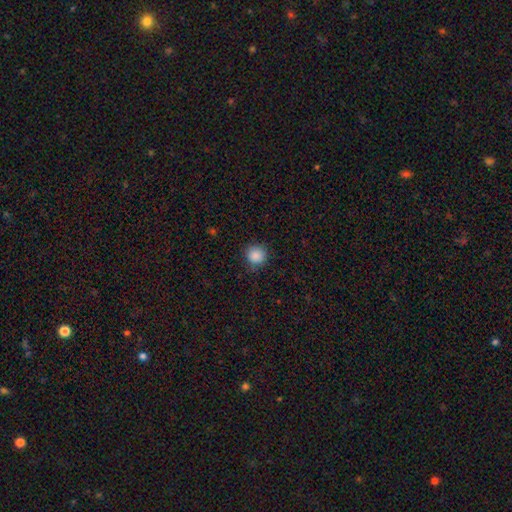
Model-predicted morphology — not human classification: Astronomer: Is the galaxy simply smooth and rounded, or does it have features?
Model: smooth — 87%.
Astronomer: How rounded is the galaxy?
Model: round — 93%.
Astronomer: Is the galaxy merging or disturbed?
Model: none — 85%.